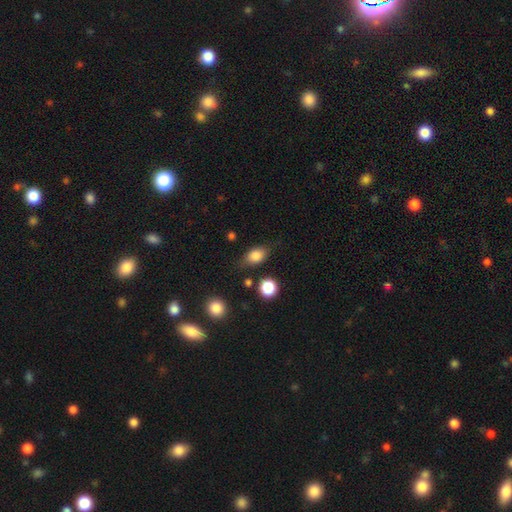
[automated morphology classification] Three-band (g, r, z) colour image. It shows a smooth galaxy with no disk features (81%) that is in between round and cigar-shaped (75%). Merging: none (71%).